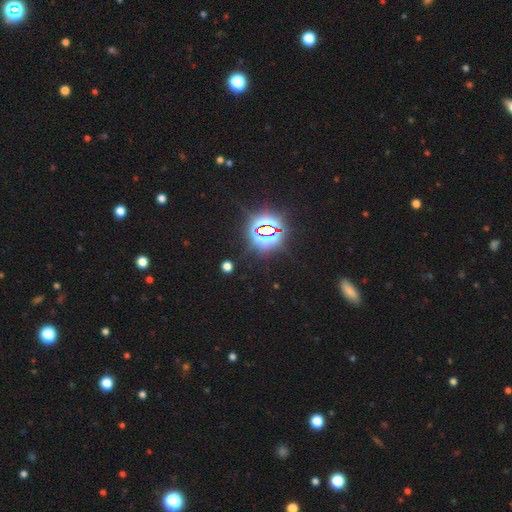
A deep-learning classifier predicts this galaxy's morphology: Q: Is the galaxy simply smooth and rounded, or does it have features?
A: star or artifact — 73%.